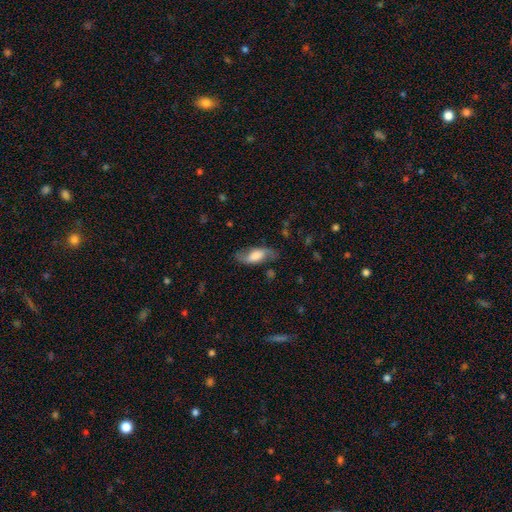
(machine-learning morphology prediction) smooth-or-featured: smooth: 46% (tied) | featured or disk: 46% (tied) | star or artifact: 7%
  merging: none: 69% | minor disturbance: 20% | major disturbance: 9% | merger: 2%